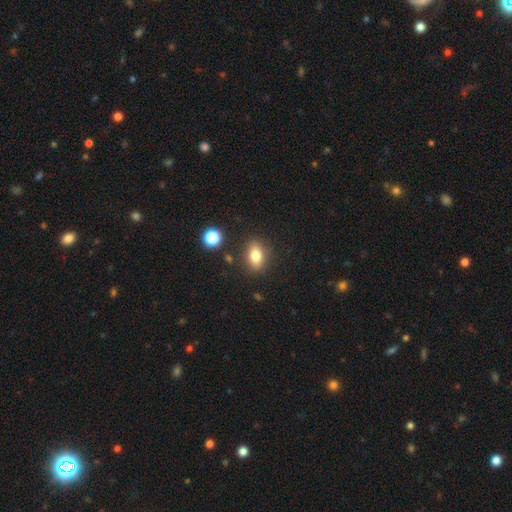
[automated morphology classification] type=smooth (79%); roundness=in between (78%); merging=none (85%).